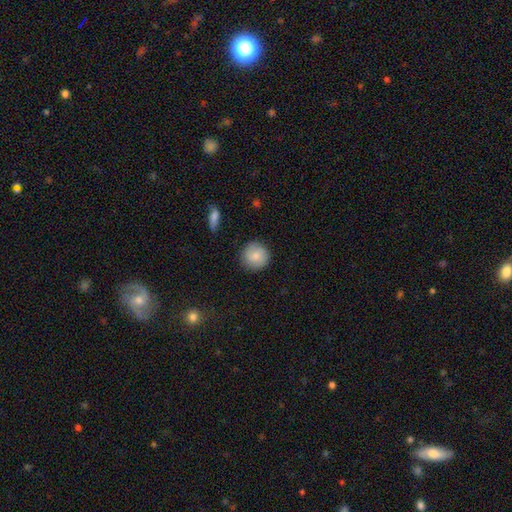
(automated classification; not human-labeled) Smooth or featured: smooth — 79% (featured or disk — 14%)
How rounded: round — 93% (in between — 6%)
Merging: none — 87% (minor disturbance — 9%)